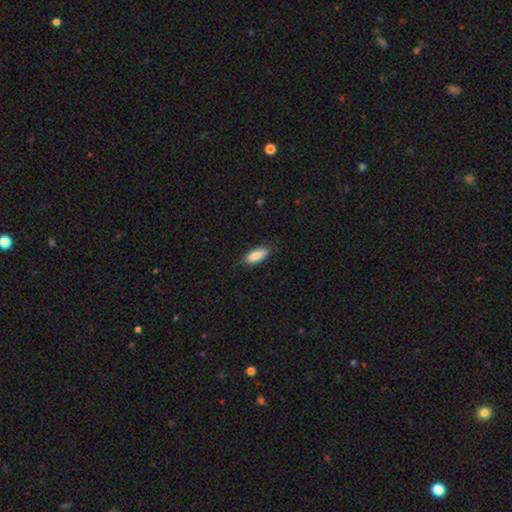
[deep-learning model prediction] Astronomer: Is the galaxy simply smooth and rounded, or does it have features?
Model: smooth — 89%.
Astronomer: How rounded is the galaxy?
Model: in between — 80%.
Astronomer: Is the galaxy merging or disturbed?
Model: none — 84%.